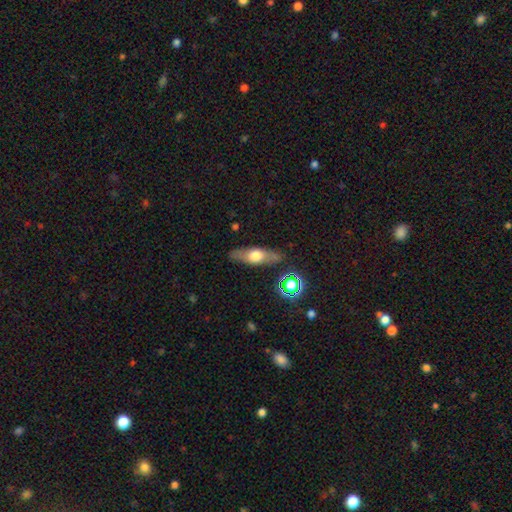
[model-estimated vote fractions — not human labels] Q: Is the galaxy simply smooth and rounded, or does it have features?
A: featured or disk — 48%.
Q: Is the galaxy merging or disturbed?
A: none — 83%.